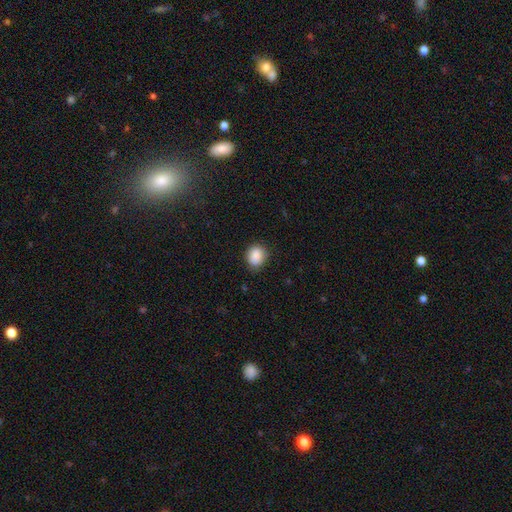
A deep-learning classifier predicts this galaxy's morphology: Smooth or featured?
  - smooth: 89% *
  - star or artifact: 8%
  - featured or disk: 3%
How rounded?
  - round: 62% *
  - in between: 37%
  - cigar-shaped: 1%
Merging?
  - none: 84% *
  - minor disturbance: 12%
  - major disturbance: 3%
  - merger: 1%